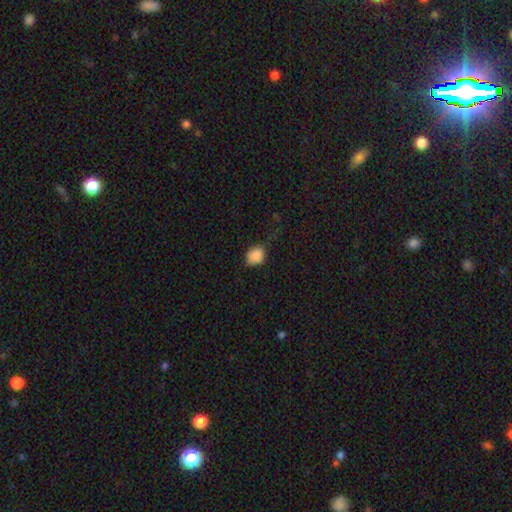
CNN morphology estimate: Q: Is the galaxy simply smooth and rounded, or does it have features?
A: smooth — 85%.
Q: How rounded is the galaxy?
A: round — 58%.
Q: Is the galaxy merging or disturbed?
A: none — 53%.